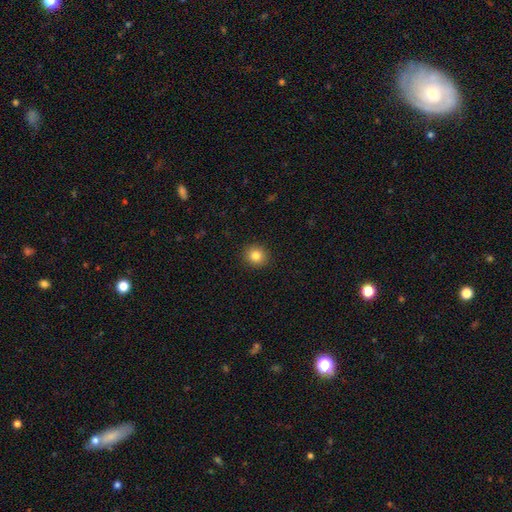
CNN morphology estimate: Smooth or featured: smooth — 83% (star or artifact — 11%)
How rounded: round — 87% (in between — 12%)
Merging: none — 92% (minor disturbance — 5%)